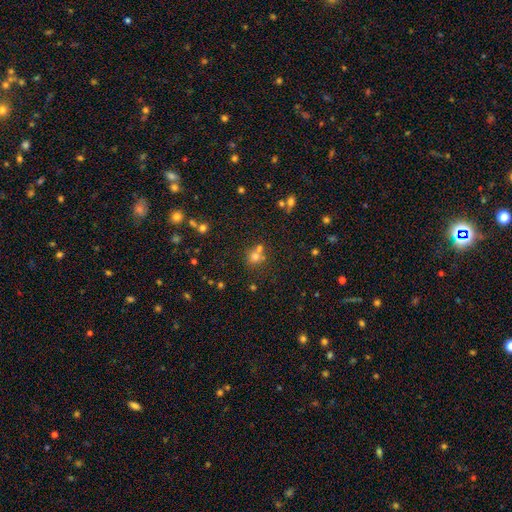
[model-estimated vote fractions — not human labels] Smooth or featured? Predicted: smooth (p=0.65). How rounded? Predicted: round (p=0.77). Merging? Predicted: none (p=0.47).